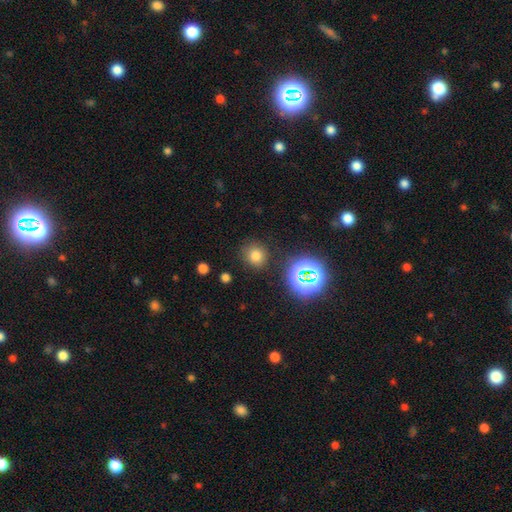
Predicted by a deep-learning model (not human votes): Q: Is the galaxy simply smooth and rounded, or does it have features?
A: smooth — 73%.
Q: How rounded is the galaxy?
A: round — 86%.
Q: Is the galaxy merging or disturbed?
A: none — 85%.